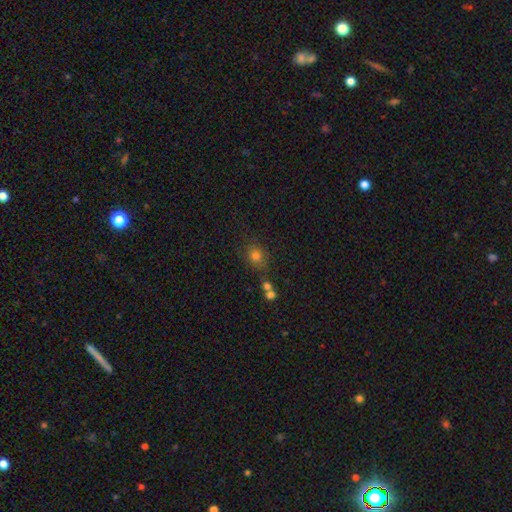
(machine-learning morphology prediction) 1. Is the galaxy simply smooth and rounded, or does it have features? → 72% smooth, 19% star or artifact, 9% featured or disk.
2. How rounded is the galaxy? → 63% round, 35% in between, 1% cigar-shaped.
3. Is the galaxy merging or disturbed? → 66% none, 14% minor disturbance, 14% merger, 5% major disturbance.